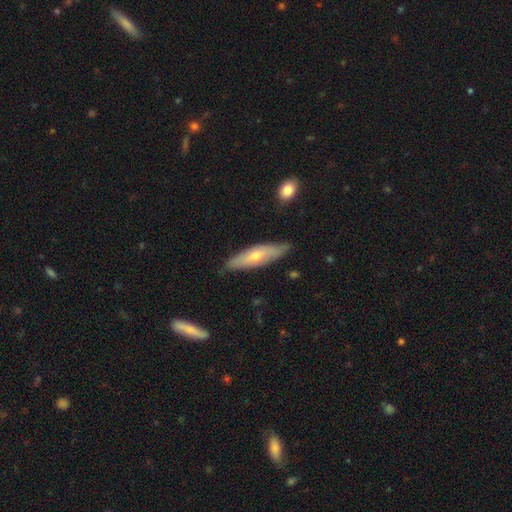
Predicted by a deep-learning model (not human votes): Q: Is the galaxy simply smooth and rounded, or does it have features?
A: smooth — 48%.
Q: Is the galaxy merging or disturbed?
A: none — 80%.